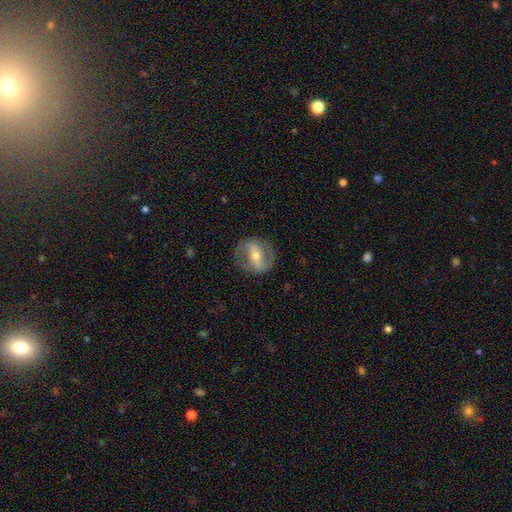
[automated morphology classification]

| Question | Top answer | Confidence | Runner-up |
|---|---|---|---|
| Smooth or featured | featured or disk | 76% | smooth (18%) |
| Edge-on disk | no | 94% | yes (6%) |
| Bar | strong | 54% | weak (31%) |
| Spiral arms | yes | 78% | no (22%) |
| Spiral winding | medium | 44% | loose (29%) |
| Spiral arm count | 2 | 86% | can't tell (8%) |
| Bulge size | moderate | 55% | small (40%) |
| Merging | none | 81% | minor disturbance (12%) |